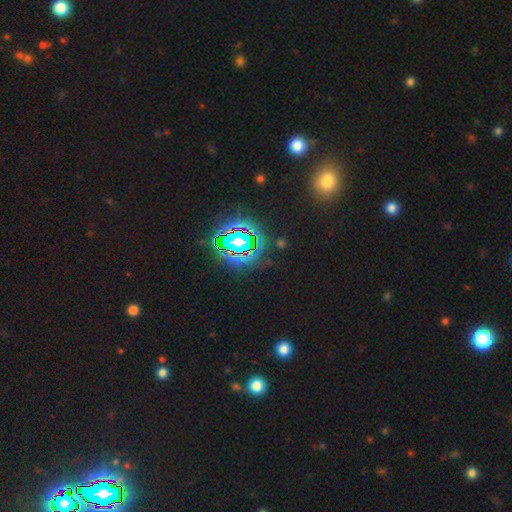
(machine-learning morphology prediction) Smooth or featured?
  - star or artifact: 76% *
  - smooth: 17%
  - featured or disk: 8%